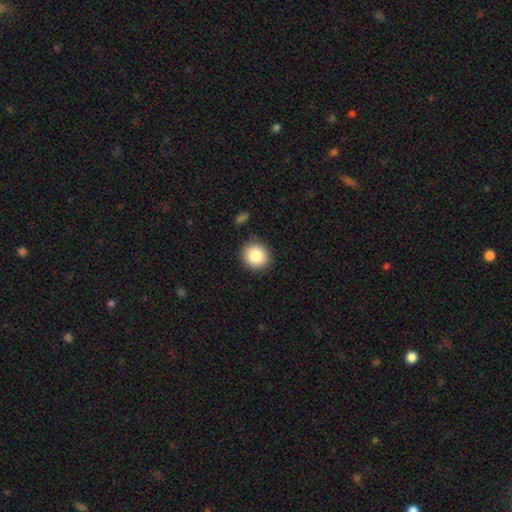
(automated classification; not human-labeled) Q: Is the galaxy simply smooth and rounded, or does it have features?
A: smooth — 85%.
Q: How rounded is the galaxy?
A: round — 85%.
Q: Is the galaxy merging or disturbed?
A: none — 88%.